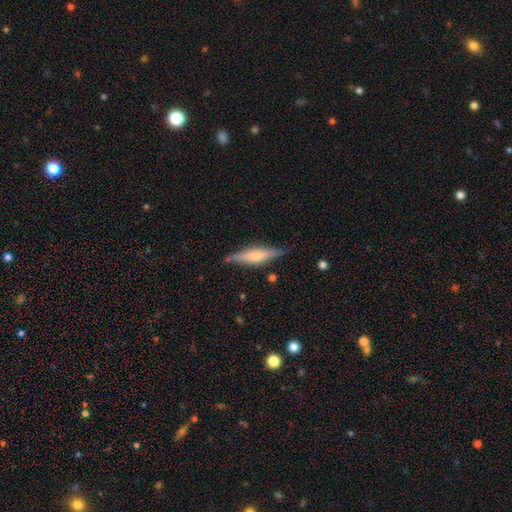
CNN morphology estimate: Smooth or featured: featured or disk — 51% (smooth — 43%)
Edge-on disk: yes — 92% (no — 8%)
Merging: none — 81% (minor disturbance — 15%)